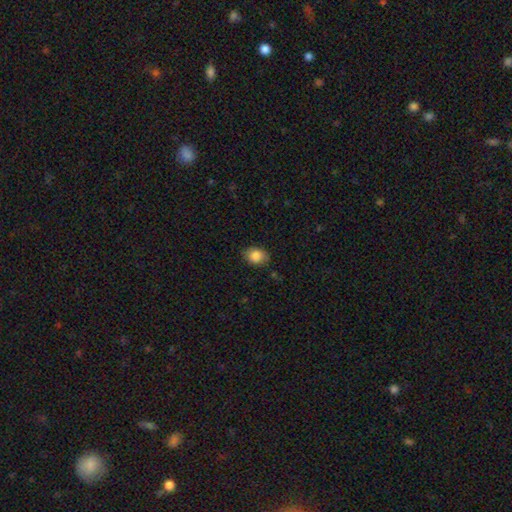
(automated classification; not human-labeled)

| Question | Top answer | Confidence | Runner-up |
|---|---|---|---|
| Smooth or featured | smooth | 86% | star or artifact (8%) |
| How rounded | in between | 64% | round (35%) |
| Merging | none | 82% | minor disturbance (14%) |